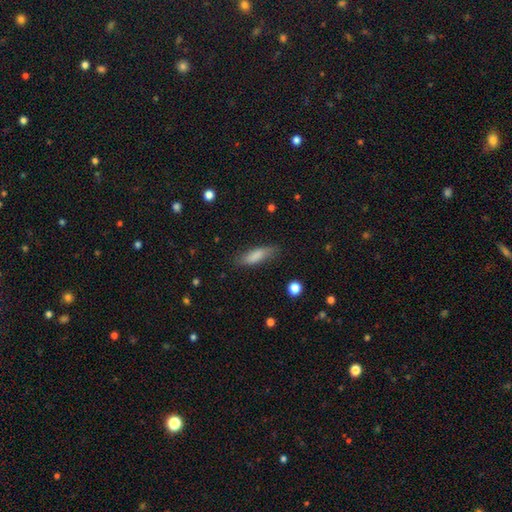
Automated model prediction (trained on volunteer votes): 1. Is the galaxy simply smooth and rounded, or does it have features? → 80% smooth, 14% featured or disk, 7% star or artifact.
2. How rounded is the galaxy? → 54% cigar-shaped, 44% in between, 2% round.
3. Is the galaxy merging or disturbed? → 76% none, 18% minor disturbance, 5% major disturbance, 2% merger.